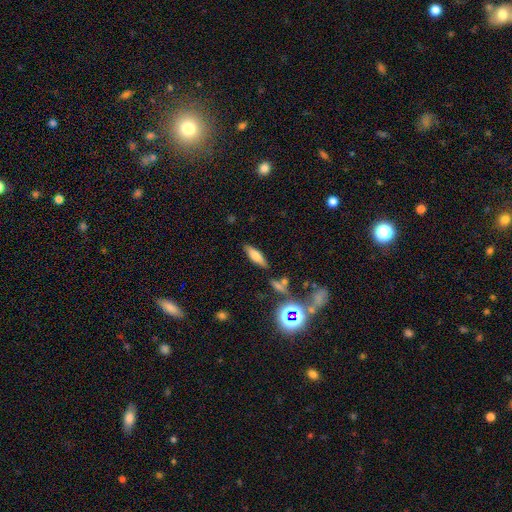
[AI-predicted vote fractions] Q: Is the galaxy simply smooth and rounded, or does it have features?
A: smooth — 63%.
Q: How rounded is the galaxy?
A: cigar-shaped — 50%.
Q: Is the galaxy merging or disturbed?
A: none — 81%.